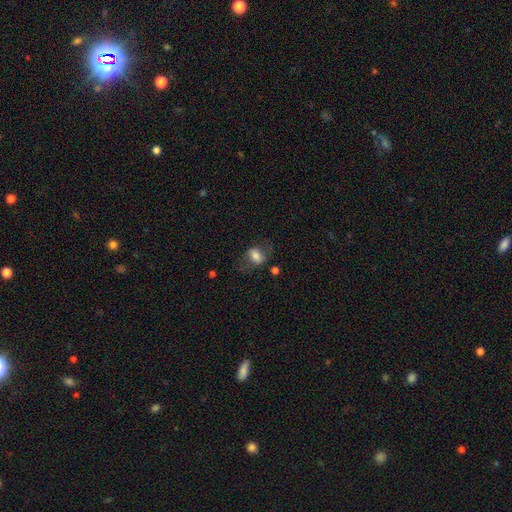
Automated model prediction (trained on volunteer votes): smooth_or_featured: smooth (p=0.70) [alt: featured or disk p=0.21]
how_rounded: in between (p=0.75) [alt: round p=0.23]
merging: none (p=0.58) [alt: minor disturbance p=0.22]